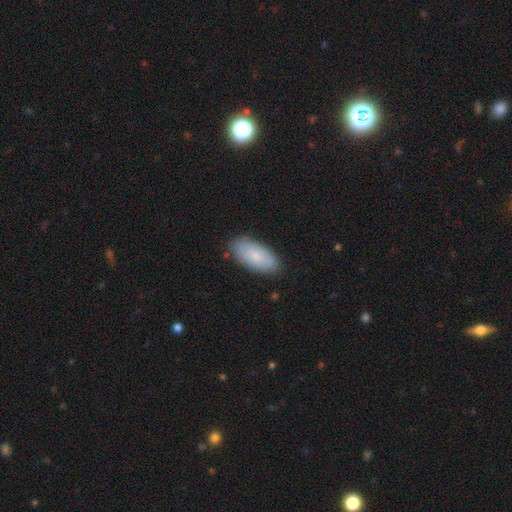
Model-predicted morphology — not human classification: Smooth or featured? Predicted: smooth (p=0.79). How rounded? Predicted: in between (p=0.91). Merging? Predicted: none (p=0.84).